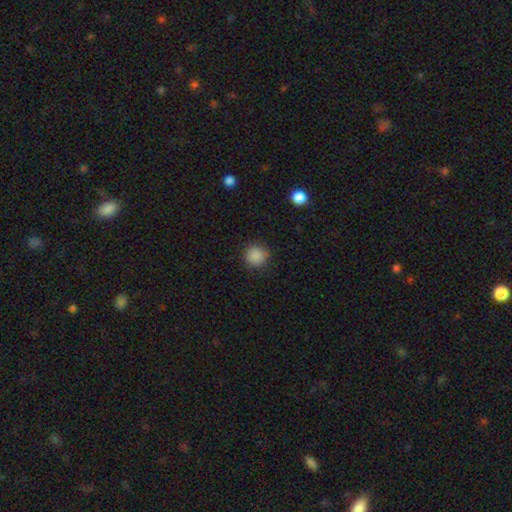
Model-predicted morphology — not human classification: This appears to be a smooth galaxy with no disk features (87%) that is round (93%). Merging: none (87%).